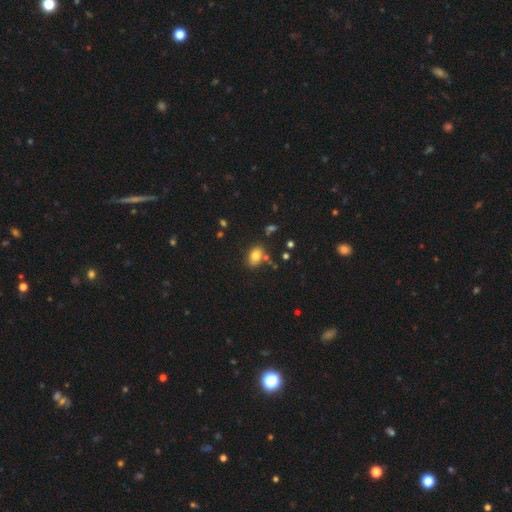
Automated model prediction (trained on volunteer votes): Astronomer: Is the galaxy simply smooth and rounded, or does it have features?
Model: smooth — 79%.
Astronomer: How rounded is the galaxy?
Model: in between — 81%.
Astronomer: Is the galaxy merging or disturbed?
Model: none — 72%.